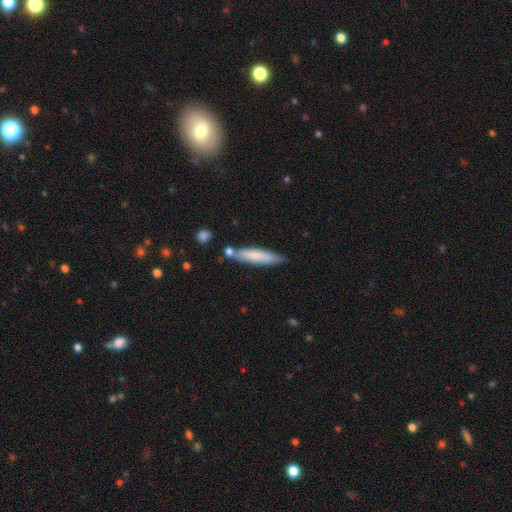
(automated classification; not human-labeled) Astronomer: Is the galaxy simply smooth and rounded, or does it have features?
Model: smooth — 75%.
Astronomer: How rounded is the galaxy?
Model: cigar-shaped — 84%.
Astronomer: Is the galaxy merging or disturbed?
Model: none — 73%.